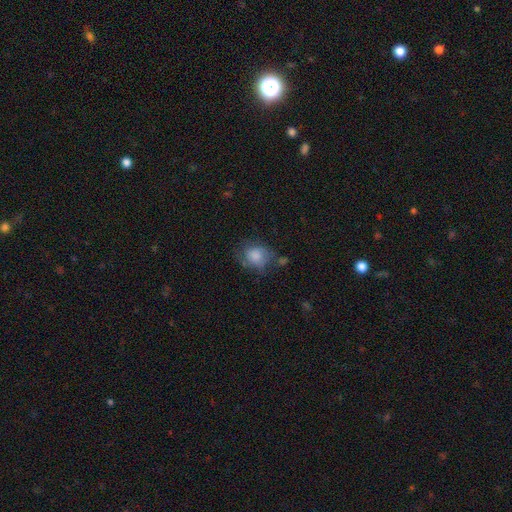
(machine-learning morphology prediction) This appears to be a smooth galaxy with no disk features (73%) that is round (59%). Merging: none (49%).